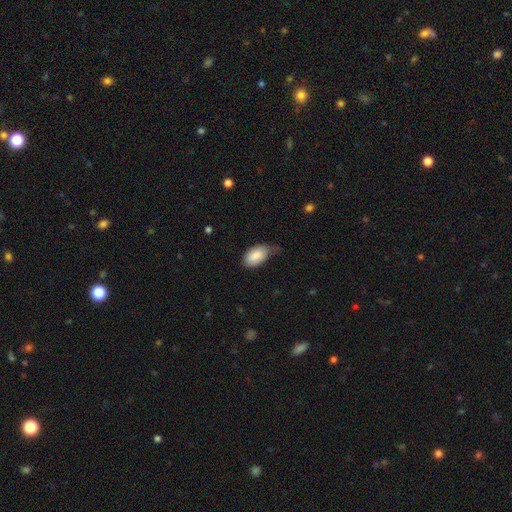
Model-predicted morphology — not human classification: Smooth or featured: smooth — 86% (featured or disk — 8%)
How rounded: in between — 93% (round — 5%)
Merging: minor disturbance — 43% (none — 38%)